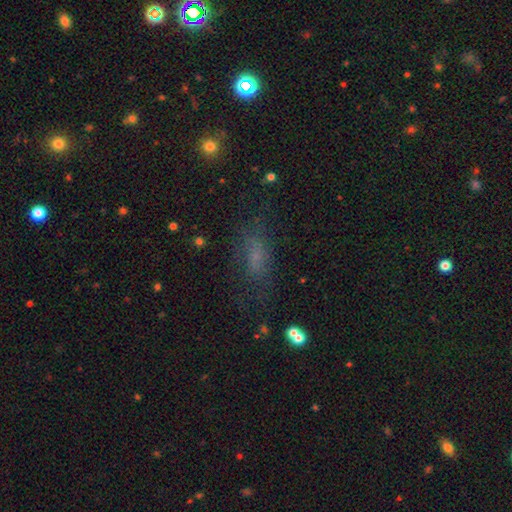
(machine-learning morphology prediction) A smooth galaxy with no disk features (55%) that is in between round and cigar-shaped (70%). Merging: none (61%).